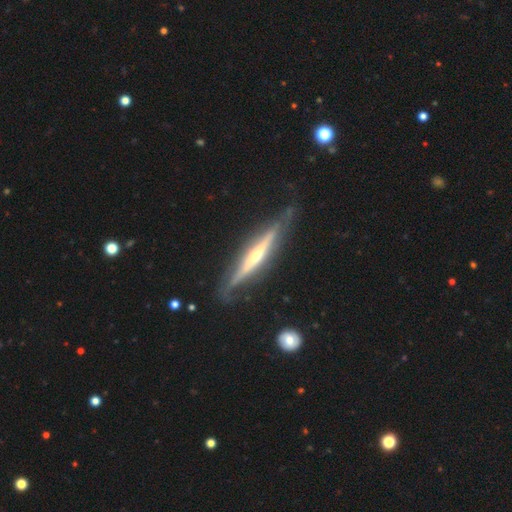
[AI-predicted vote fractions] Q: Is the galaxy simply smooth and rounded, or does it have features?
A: featured or disk — 79%.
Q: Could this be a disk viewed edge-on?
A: yes — 91%.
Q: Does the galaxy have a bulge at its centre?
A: rounded — 74%.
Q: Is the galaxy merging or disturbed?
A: none — 72%.